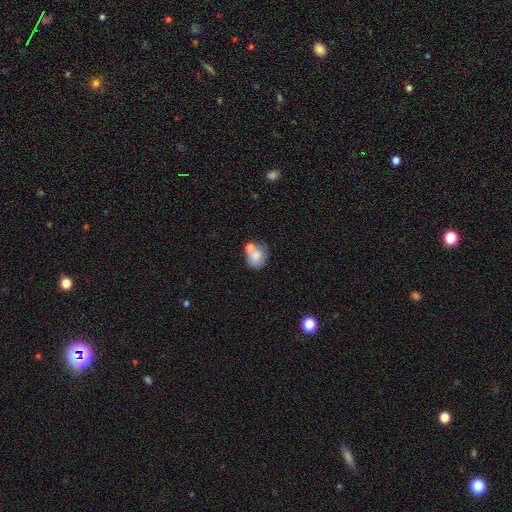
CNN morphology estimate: smooth_or_featured: smooth (p=0.75) [alt: featured or disk p=0.16]
how_rounded: round (p=0.58) [alt: in between p=0.41]
merging: none (p=0.42) [alt: merger p=0.35]